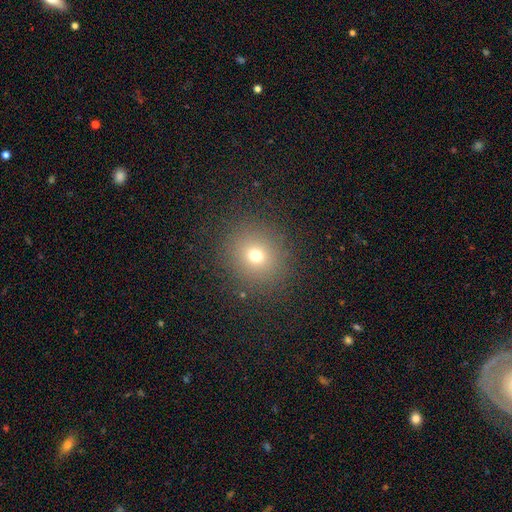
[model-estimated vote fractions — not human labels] Overall: smooth (69%). How rounded: round (87%). Merging: none (87%).